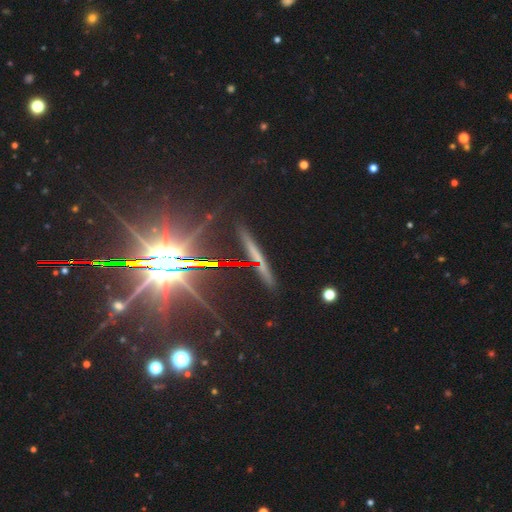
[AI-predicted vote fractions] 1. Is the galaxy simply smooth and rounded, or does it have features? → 42% star or artifact, 40% featured or disk, 17% smooth.